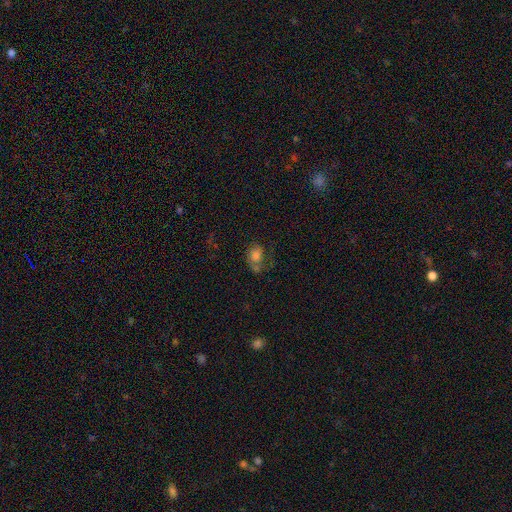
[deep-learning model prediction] Smooth or featured? smooth (65%)
How rounded? in between (58%)
Merging? none (38%)